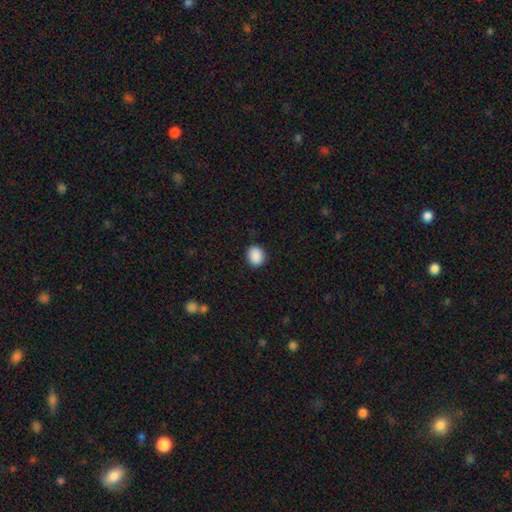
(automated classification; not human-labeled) Morphology: type=smooth (90%); roundness=round (62%); merging=none (89%).